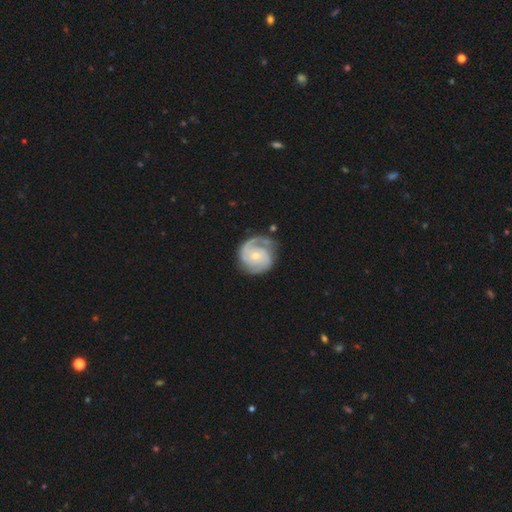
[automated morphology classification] smooth-or-featured: featured or disk: 85% | smooth: 10% | star or artifact: 5%
  disk-edge-on: no: 98% | yes: 2%
    bar: no: 67% | weak: 28% | strong: 5%
    has-spiral-arms: yes: 96% | no: 4%
      spiral-winding: tight: 52% | medium: 38% | loose: 10%
      spiral-arm-count: 2: 58% | 3: 16% | can't tell: 12% | 1: 7% | 4: 3% | more than 4: 3%
    bulge-size: small: 59% | moderate: 37% | large: 2% | none: 1% | dominant: 1%
  merging: none: 68% | minor disturbance: 20% | major disturbance: 10% | merger: 3%